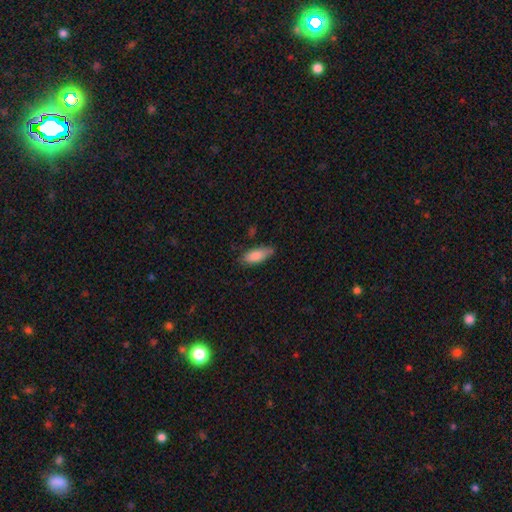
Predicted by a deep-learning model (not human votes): smooth-or-featured: smooth: 84% | featured or disk: 9% | star or artifact: 6%
  how-rounded: in between: 77% | cigar-shaped: 21% | round: 2%
  merging: none: 69% | minor disturbance: 25% | major disturbance: 4% | merger: 3%